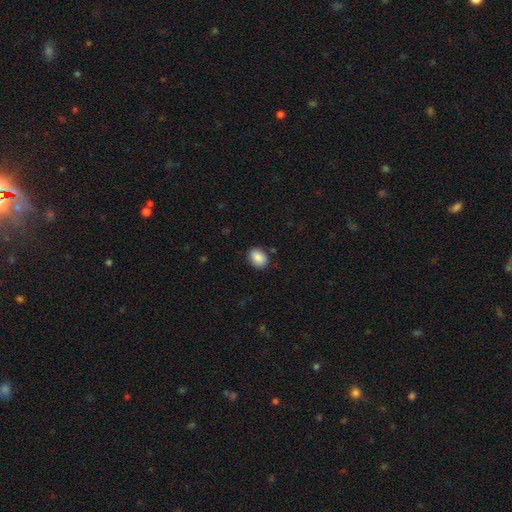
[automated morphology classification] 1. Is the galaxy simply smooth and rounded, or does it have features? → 88% smooth, 7% star or artifact, 4% featured or disk.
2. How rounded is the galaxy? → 68% in between, 31% round, 1% cigar-shaped.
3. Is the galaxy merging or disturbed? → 84% none, 11% minor disturbance, 3% major disturbance, 2% merger.